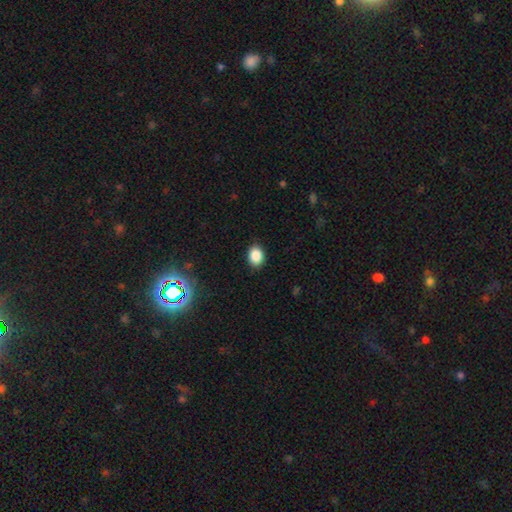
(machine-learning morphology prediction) A smooth galaxy with no disk features (87%) that is in between round and cigar-shaped (62%). Merging: none (89%).